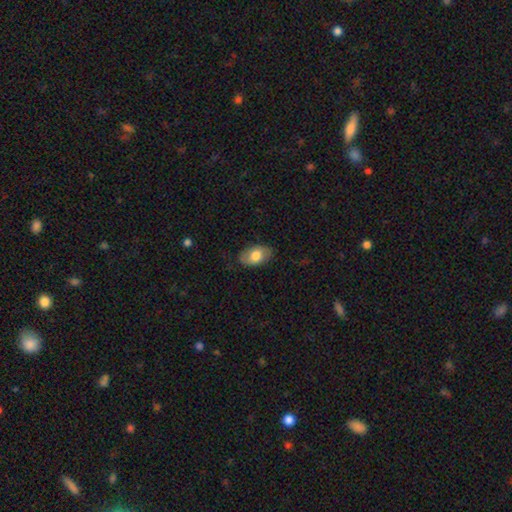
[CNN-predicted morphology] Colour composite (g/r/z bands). It shows a smooth galaxy with no disk features (74%) that is in between round and cigar-shaped (92%). Merging: none (82%).